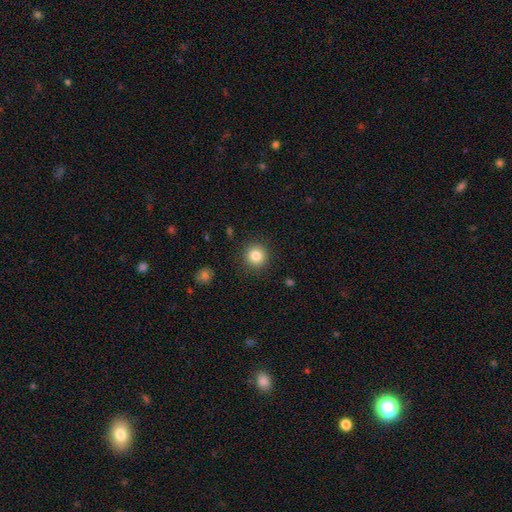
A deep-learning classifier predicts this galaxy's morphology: The model was most divided on "smooth or featured": smooth: 83%, star or artifact: 10%, featured or disk: 6%. More confident: how rounded — round (94%); merging — none (90%).